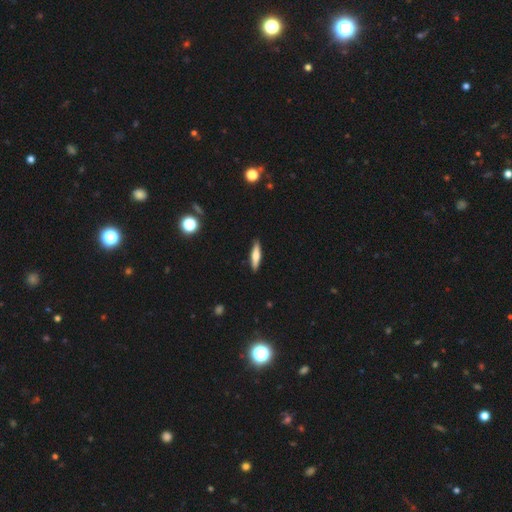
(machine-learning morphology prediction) smooth 61%, featured or disk 33%, star or artifact 6%. Down the decision tree: how rounded — cigar-shaped (78%); merging — none (90%).